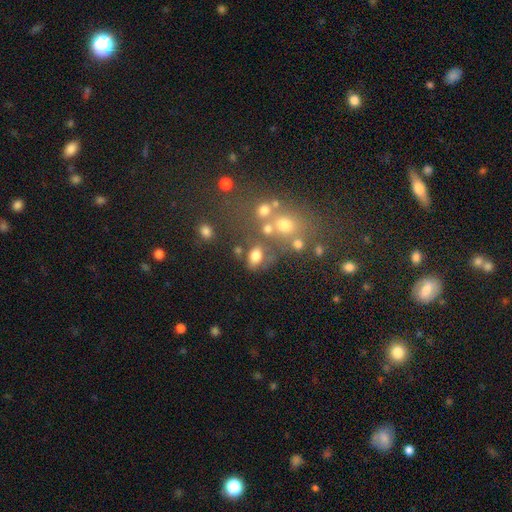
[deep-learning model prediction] smooth_or_featured: smooth (p=0.70) [alt: star or artifact p=0.15]
how_rounded: in between (p=0.79) [alt: round p=0.18]
merging: none (p=0.57) [alt: merger p=0.19]